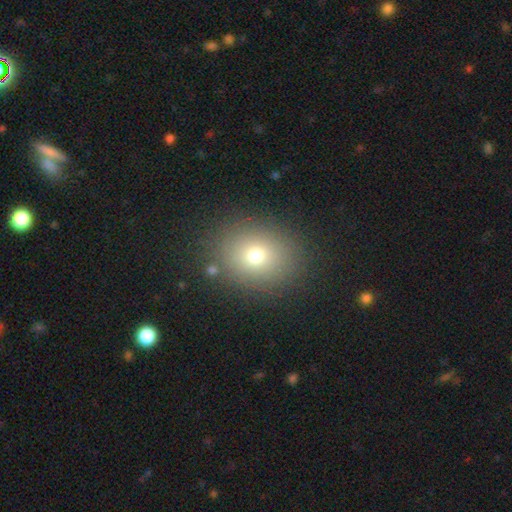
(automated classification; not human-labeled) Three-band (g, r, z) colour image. It shows a smooth galaxy with no disk features (73%) that is round (64%). Merging: none (86%).